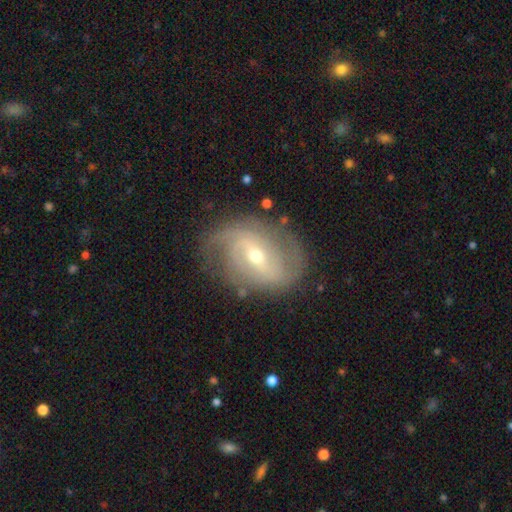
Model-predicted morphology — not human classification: featured or disk 84%, smooth 9%, star or artifact 7%. Down the decision tree: edge-on disk — no (96%); bar — weak (46%); spiral arms — yes (93%); spiral arm count — 2 (59%); spiral winding — medium (42%); bulge size — small (54%); merging — none (74%).